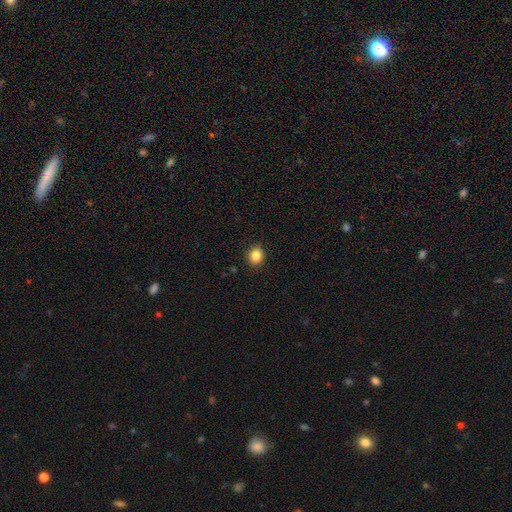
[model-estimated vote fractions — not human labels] This appears to be a smooth galaxy with no disk features (85%) that is round (70%). Merging: none (90%).